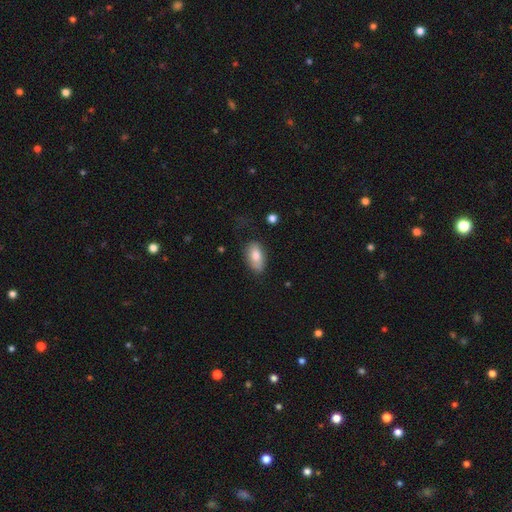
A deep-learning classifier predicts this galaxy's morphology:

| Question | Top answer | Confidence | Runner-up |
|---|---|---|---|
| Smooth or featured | smooth | 79% | featured or disk (14%) |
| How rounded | in between | 91% | round (5%) |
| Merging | none | 72% | minor disturbance (21%) |